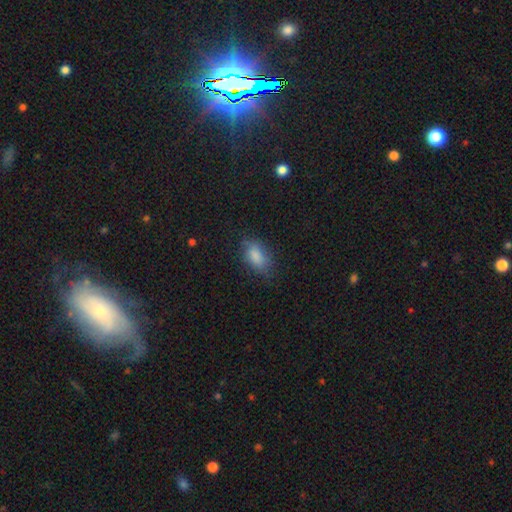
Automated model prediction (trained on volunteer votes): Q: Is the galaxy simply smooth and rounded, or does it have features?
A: smooth — 81%.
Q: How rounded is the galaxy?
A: in between — 89%.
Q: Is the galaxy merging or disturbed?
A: none — 73%.